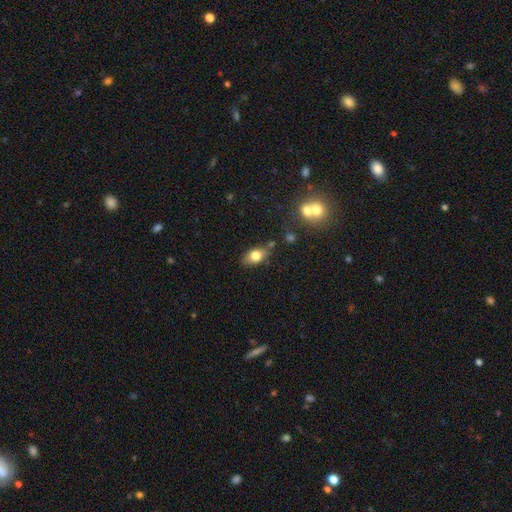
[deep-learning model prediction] A smooth galaxy with no disk features (74%) that is in between round and cigar-shaped (83%).

Vote fractions:
- Smooth or featured? smooth: 74% / featured or disk: 17% / star or artifact: 9%
- How rounded? in between: 83% / round: 12% / cigar-shaped: 5%
- Merging? none: 72% / minor disturbance: 18% / merger: 6% / major disturbance: 4%